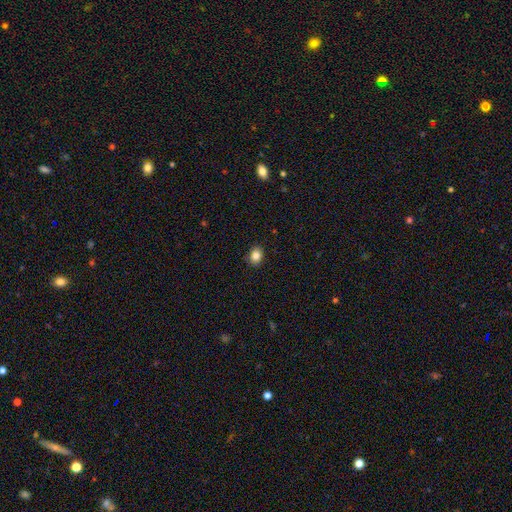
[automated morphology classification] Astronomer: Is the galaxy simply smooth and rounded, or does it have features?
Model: smooth — 85%.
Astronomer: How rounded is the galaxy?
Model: in between — 53% (runner-up: round, 46%).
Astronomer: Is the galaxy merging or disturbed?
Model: none — 89%.